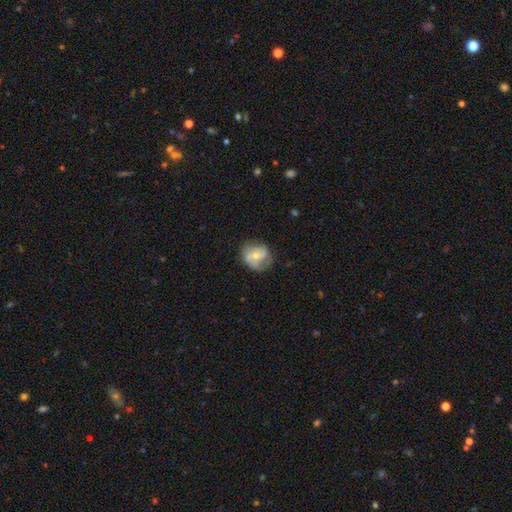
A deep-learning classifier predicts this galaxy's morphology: This is possibly a featured or disk galaxy (51%). It is clearly not viewed edge-on (97%). Merging: possibly none (59%).